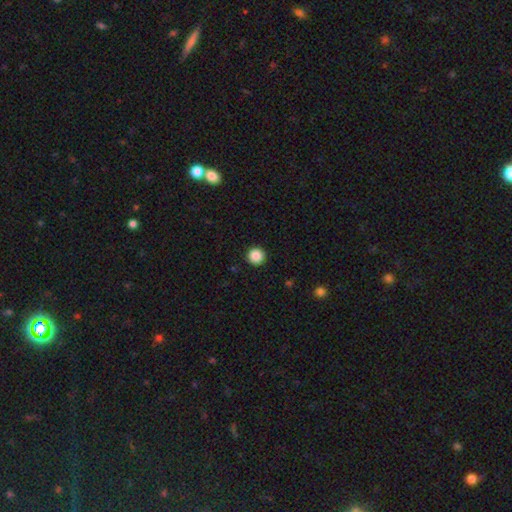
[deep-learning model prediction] This appears to be a smooth galaxy with no disk features (87%) that is round (96%). Merging: none (94%).